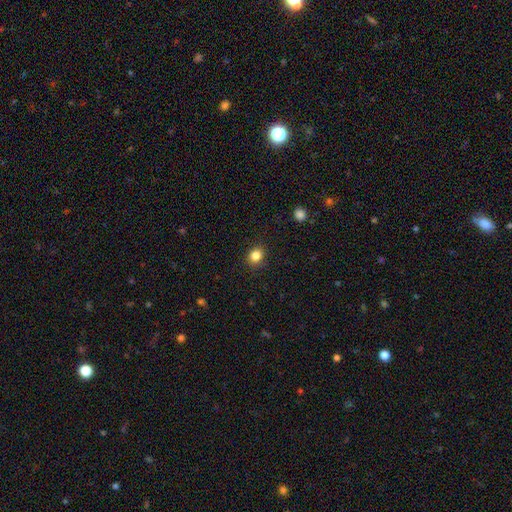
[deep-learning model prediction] Morphology: type=smooth (84%); roundness=round (68%); merging=none (88%).